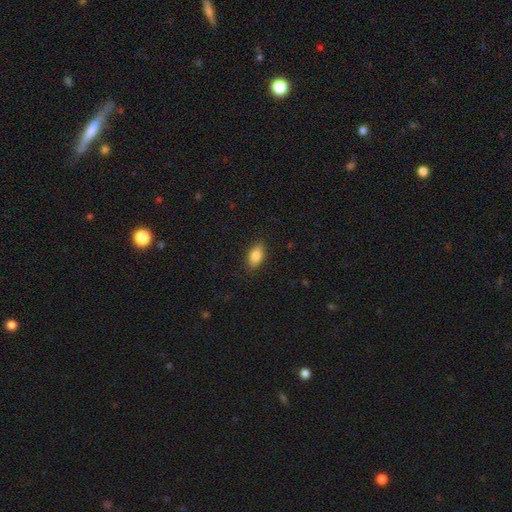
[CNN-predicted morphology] Smooth or featured?
  - smooth: 82% *
  - featured or disk: 10%
  - star or artifact: 7%
How rounded?
  - in between: 88% *
  - cigar-shaped: 6%
  - round: 5%
Merging?
  - none: 86% *
  - minor disturbance: 11%
  - major disturbance: 2%
  - merger: 1%